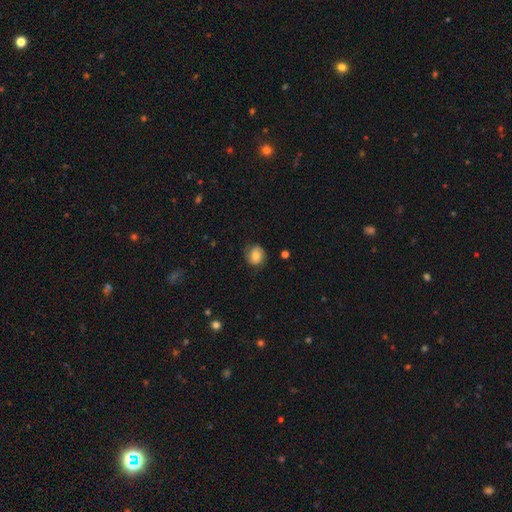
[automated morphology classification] Overall: smooth (65%; featured or disk 26%). How rounded: round (73%). Merging: none (74%).